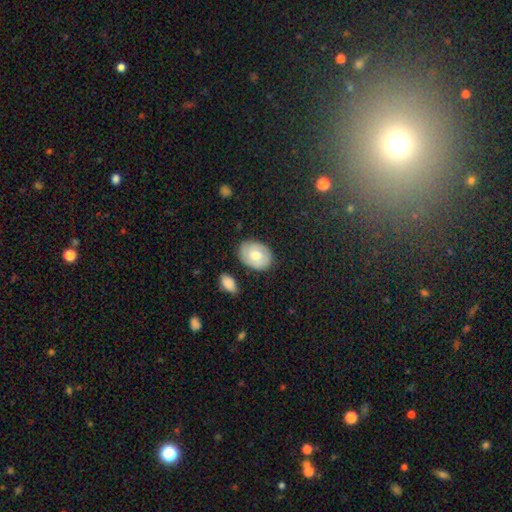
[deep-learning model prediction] A smooth galaxy with no disk features (53%) that is in between round and cigar-shaped (72%).

Vote fractions:
- Smooth or featured? smooth: 53% / featured or disk: 40% / star or artifact: 7%
- How rounded? in between: 72% / round: 27% / cigar-shaped: 1%
- Merging? none: 78% / minor disturbance: 16% / major disturbance: 4% / merger: 3%